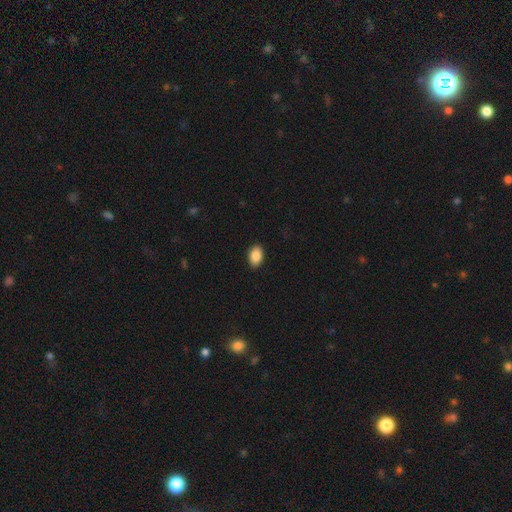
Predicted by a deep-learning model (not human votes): smooth_or_featured: smooth (p=0.88) [alt: star or artifact p=0.07]
how_rounded: in between (p=0.88) [alt: round p=0.11]
merging: none (p=0.90) [alt: minor disturbance p=0.07]